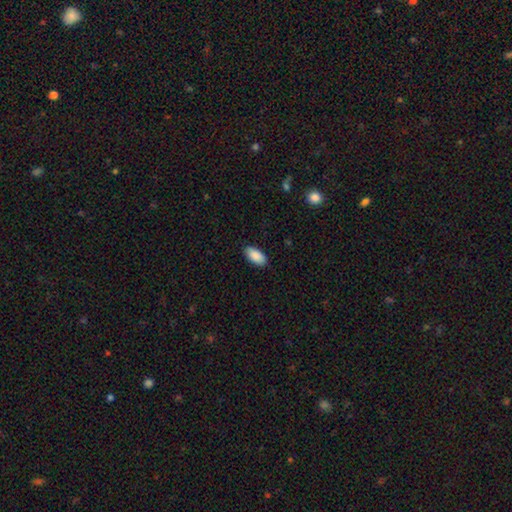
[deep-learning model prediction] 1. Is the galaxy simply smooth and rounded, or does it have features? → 90% smooth, 6% star or artifact, 4% featured or disk.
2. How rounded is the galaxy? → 94% in between, 4% cigar-shaped, 2% round.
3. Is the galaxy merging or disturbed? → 89% none, 9% minor disturbance, 2% major disturbance, 1% merger.